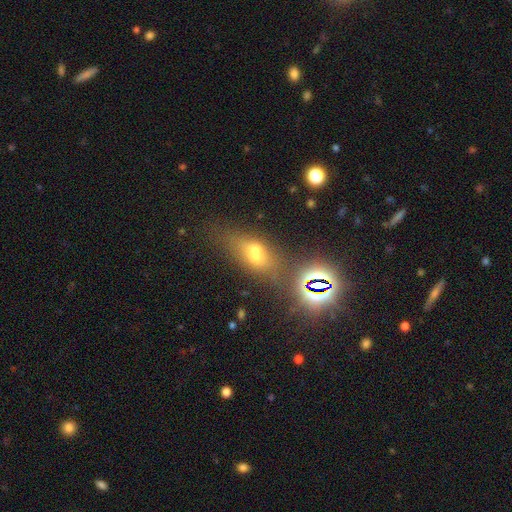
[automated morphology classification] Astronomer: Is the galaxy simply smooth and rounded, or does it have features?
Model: smooth — 46% (runner-up: featured or disk, 28%).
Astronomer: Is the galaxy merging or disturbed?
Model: none — 39% (runner-up: merger, 36%).